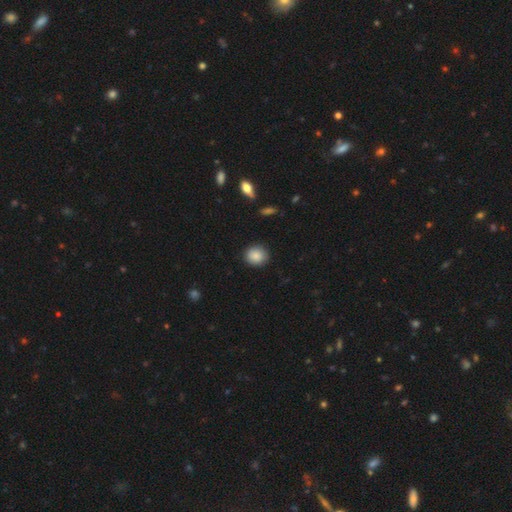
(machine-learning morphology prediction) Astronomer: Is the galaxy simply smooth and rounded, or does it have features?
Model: smooth — 87%.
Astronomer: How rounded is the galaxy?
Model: round — 82%.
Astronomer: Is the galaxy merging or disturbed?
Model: none — 88%.